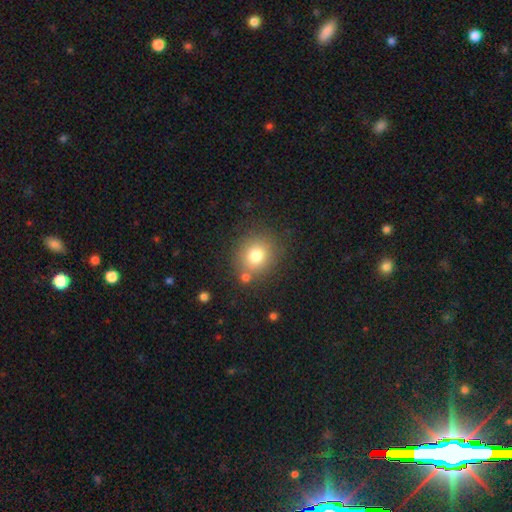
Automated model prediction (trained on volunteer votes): smooth_or_featured: smooth (p=0.78) [alt: star or artifact p=0.12]
how_rounded: round (p=0.76) [alt: in between p=0.23]
merging: none (p=0.77) [alt: minor disturbance p=0.11]